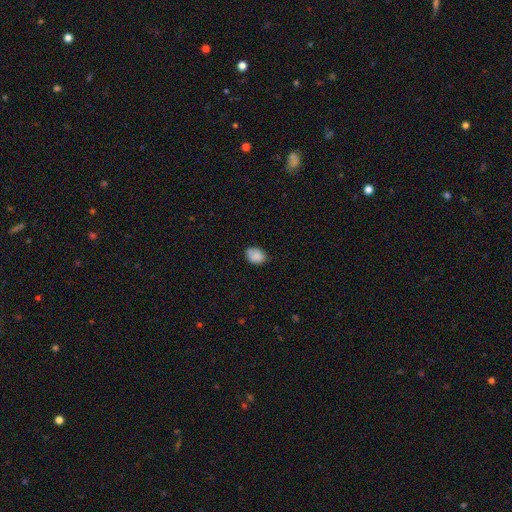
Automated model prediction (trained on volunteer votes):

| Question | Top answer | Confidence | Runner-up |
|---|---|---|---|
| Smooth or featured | smooth | 87% | star or artifact (8%) |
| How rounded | in between | 69% | round (30%) |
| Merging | none | 74% | minor disturbance (21%) |